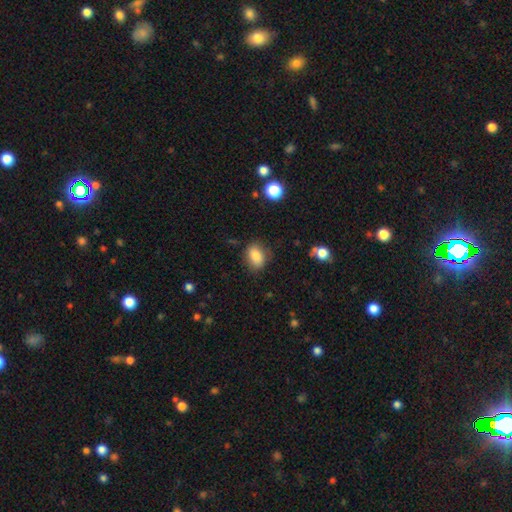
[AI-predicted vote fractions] Smooth or featured?
  - smooth: 83% *
  - star or artifact: 9%
  - featured or disk: 8%
How rounded?
  - in between: 72% *
  - round: 26%
  - cigar-shaped: 2%
Merging?
  - none: 78% *
  - minor disturbance: 16%
  - major disturbance: 4%
  - merger: 2%